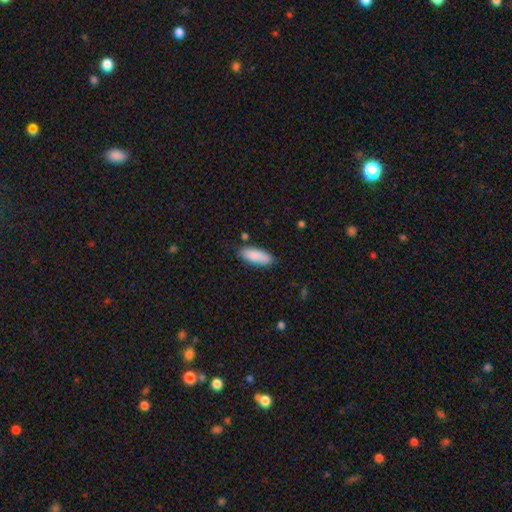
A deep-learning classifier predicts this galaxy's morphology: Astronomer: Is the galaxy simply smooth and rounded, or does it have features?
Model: smooth — 88%.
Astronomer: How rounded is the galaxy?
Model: in between — 71%.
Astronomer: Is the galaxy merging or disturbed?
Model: none — 82%.